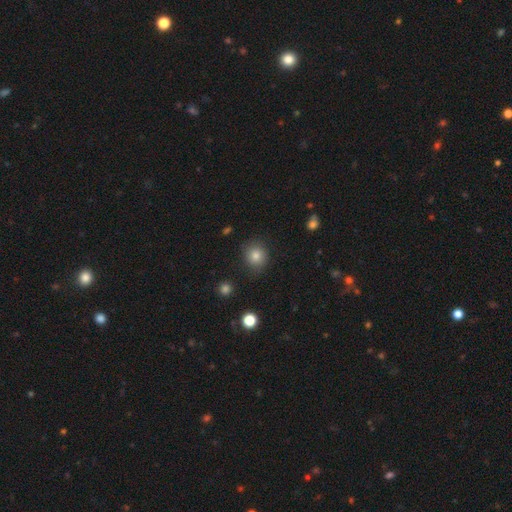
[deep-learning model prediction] Overall: smooth (80%). How rounded: round (83%). Merging: none (83%).